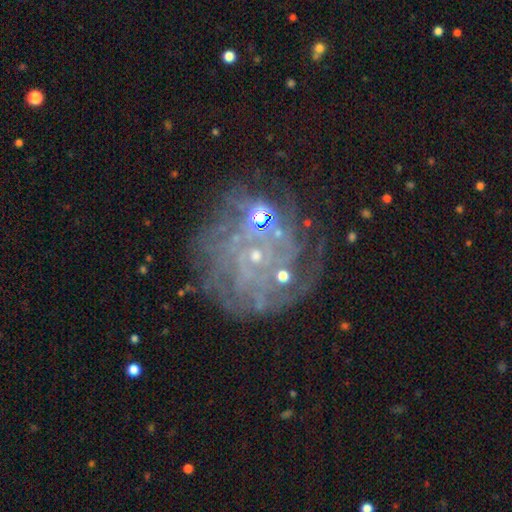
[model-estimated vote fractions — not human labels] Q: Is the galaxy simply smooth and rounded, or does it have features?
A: featured or disk — 78%.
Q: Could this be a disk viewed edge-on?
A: no — 97%.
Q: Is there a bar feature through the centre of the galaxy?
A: no — 80%.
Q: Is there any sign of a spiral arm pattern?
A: yes — 86%.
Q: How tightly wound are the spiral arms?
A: tight — 64%.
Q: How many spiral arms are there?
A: can't tell — 41%.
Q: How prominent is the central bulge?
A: small — 67%.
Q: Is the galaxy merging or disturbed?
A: none — 52%.